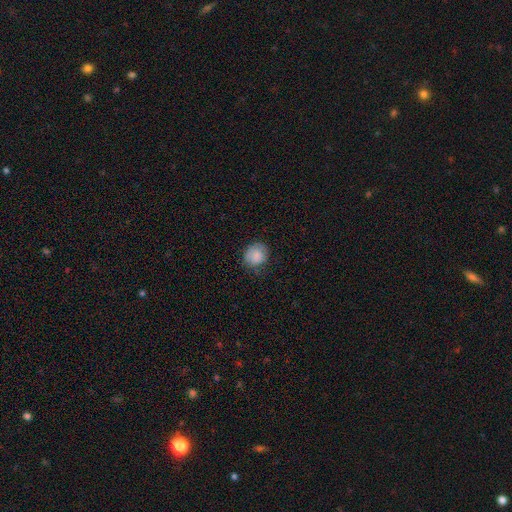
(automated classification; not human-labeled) Morphology: type=smooth (80%); roundness=round (77%); merging=none (69%).